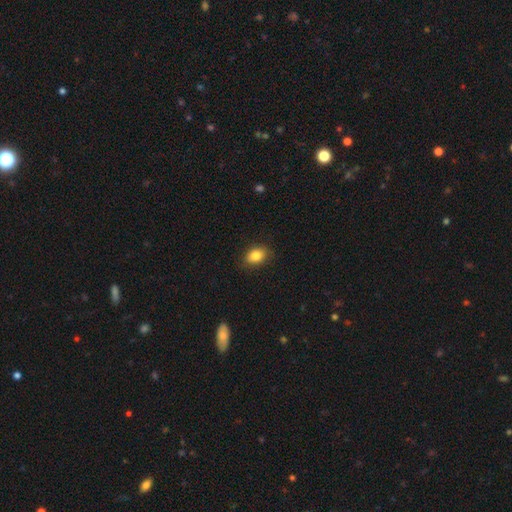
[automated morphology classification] smooth 84%, star or artifact 9%, featured or disk 7%. Down the decision tree: how rounded — in between (76%); merging — none (82%).